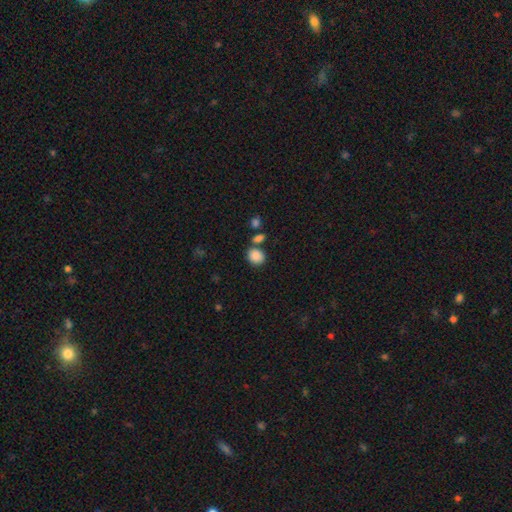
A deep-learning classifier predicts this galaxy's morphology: Smooth or featured? smooth (87%)
How rounded? round (60%)
Merging? none (68%)